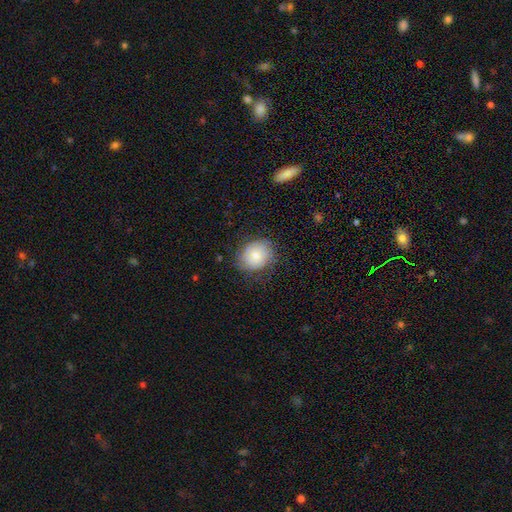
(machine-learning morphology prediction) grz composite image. It shows a smooth galaxy with no disk features (68%) that is round (67%). Merging: none (71%).